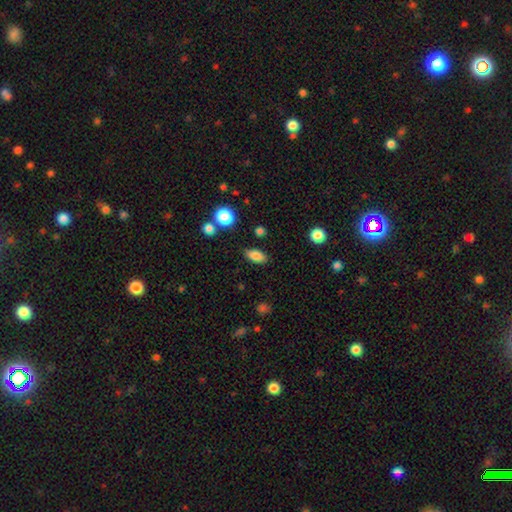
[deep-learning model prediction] This is clearly a smooth galaxy (83%). How rounded: clearly in between (86%). Merging: clearly none (84%).